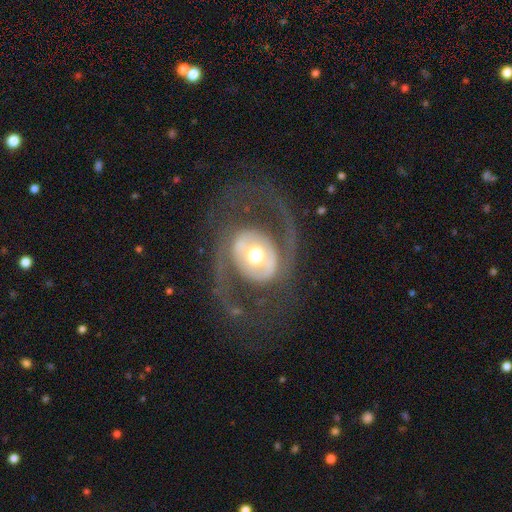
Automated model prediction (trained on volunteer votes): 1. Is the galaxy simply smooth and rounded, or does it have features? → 81% featured or disk, 14% smooth, 5% star or artifact.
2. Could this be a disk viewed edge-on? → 96% no, 4% yes.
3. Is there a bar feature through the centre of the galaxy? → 57% no, 26% weak, 17% strong.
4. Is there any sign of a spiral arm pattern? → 75% yes, 25% no.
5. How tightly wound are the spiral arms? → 45% medium, 38% loose, 17% tight.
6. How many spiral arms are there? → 86% 2, 5% can't tell, 5% 1, 2% 3, 1% 4, 1% more than 4.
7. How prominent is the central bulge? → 67% moderate, 19% large, 11% small, 3% dominant, 1% none.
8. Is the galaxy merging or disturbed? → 65% none, 21% major disturbance, 12% minor disturbance, 2% merger.